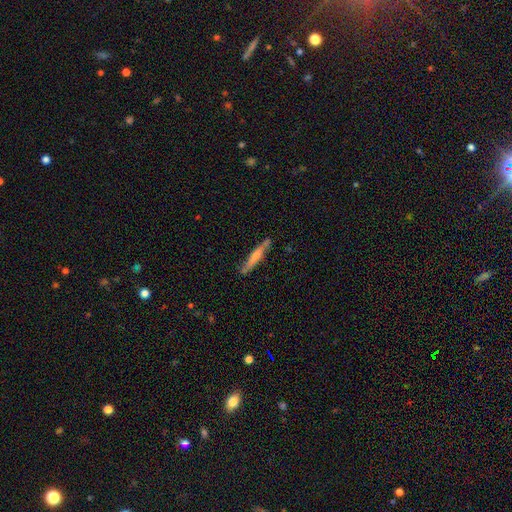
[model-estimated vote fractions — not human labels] Q: Smooth or featured?
A: featured or disk (53%); runner-up: smooth (41%)
Q: Edge-on disk?
A: yes (93%); runner-up: no (7%)
Q: Merging?
A: none (82%); runner-up: minor disturbance (13%)